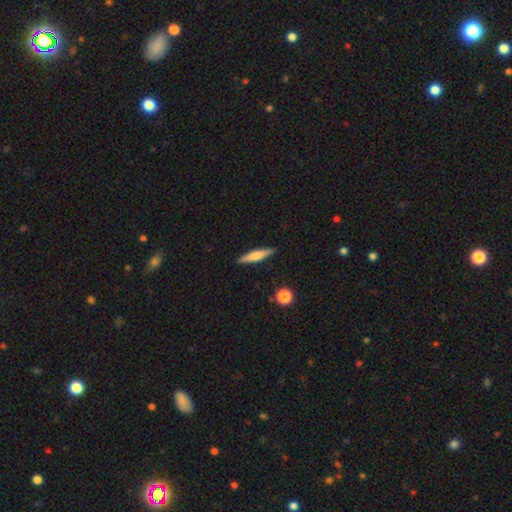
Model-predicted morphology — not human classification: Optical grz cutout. It shows a smooth galaxy with no disk features (62%) that is cigar-shaped (85%). Merging: none (89%).